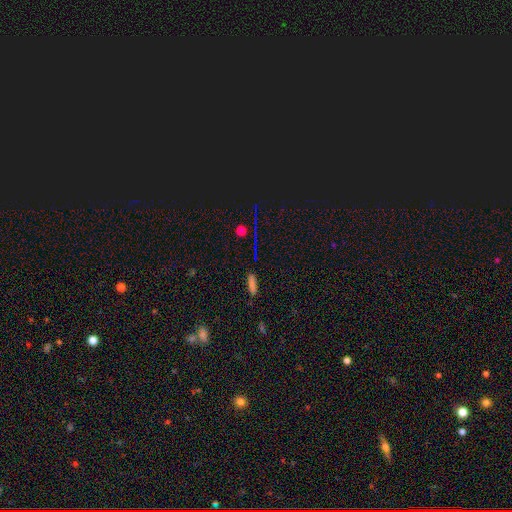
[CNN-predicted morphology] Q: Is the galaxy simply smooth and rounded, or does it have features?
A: smooth — 49%.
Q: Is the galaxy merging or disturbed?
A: none — 86%.